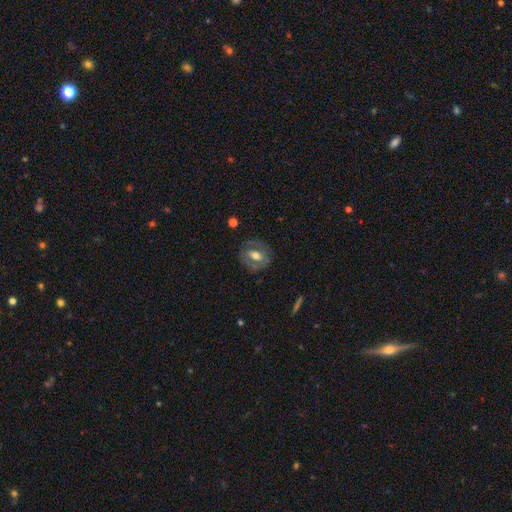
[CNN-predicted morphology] smooth-or-featured: featured or disk: 55% | smooth: 38% | star or artifact: 7%
  disk-edge-on: no: 92% | yes: 8%
    bar: no: 41% | weak: 35% | strong: 24%
    has-spiral-arms: no: 66% | yes: 34%
    bulge-size: moderate: 70% | small: 14% | large: 13% | none: 1% | dominant: 1%
  merging: none: 74% | minor disturbance: 17% | major disturbance: 8% | merger: 2%